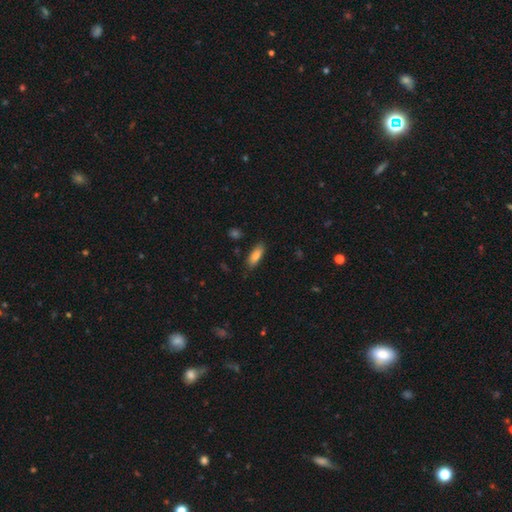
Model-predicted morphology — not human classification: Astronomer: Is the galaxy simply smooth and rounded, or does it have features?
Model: smooth — 82%.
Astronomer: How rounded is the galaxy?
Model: in between — 66%.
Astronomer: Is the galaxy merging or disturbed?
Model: none — 82%.